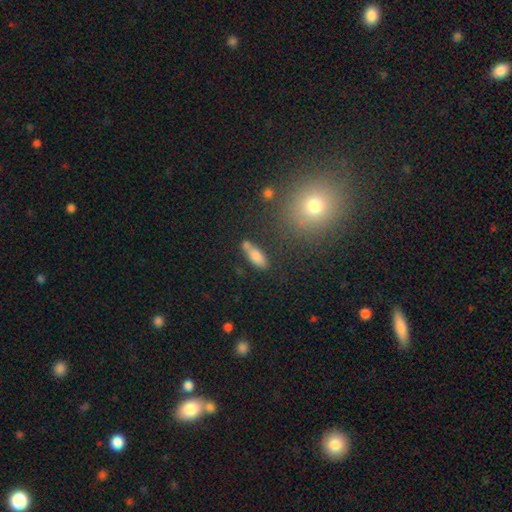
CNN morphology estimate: This is likely a smooth galaxy (76%). How rounded: likely in between (65%). Merging: likely none (69%).